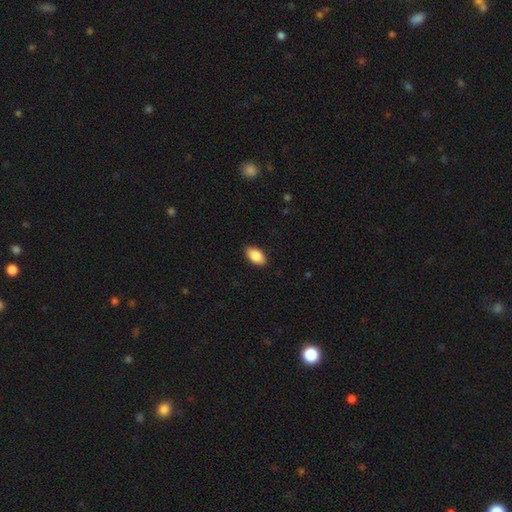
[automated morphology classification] A smooth galaxy with no disk features (88%) that is in between round and cigar-shaped (94%). Merging: none (89%).